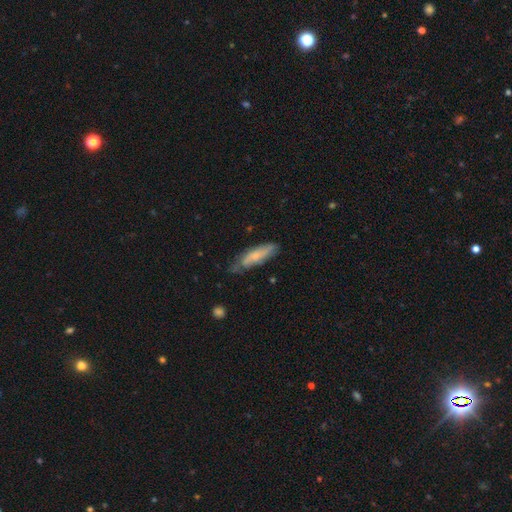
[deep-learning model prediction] Smooth or featured?
  - smooth: 61% *
  - featured or disk: 33%
  - star or artifact: 6%
How rounded?
  - cigar-shaped: 60% *
  - in between: 38%
  - round: 2%
Merging?
  - none: 61% *
  - minor disturbance: 30%
  - major disturbance: 7%
  - merger: 2%